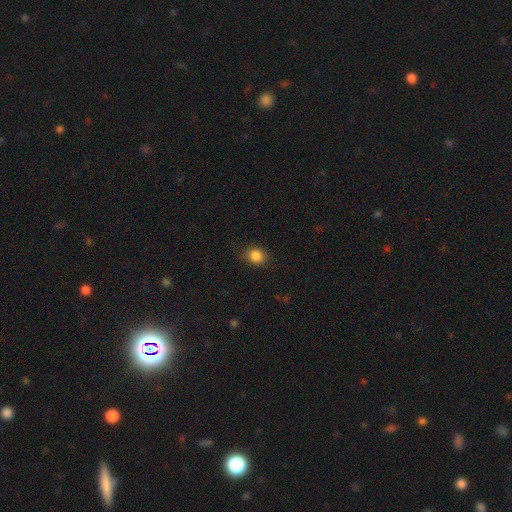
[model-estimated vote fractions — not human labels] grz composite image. It shows a smooth galaxy with no disk features (85%) that is round (66%). Merging: none (78%).